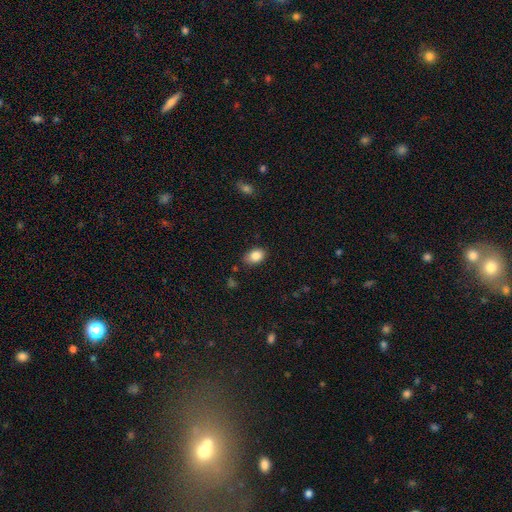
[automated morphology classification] A smooth galaxy with no disk features (86%) that is in between round and cigar-shaped (82%). Merging: none (80%).